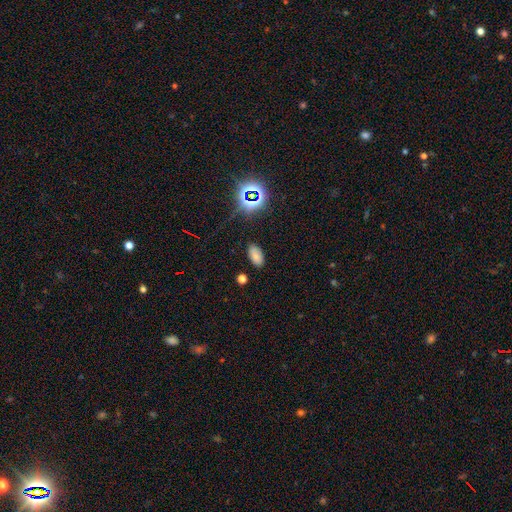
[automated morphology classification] smooth_or_featured: smooth (p=0.73) [alt: star or artifact p=0.19]
how_rounded: in between (p=0.93) [alt: round p=0.05]
merging: none (p=0.85) [alt: minor disturbance p=0.11]